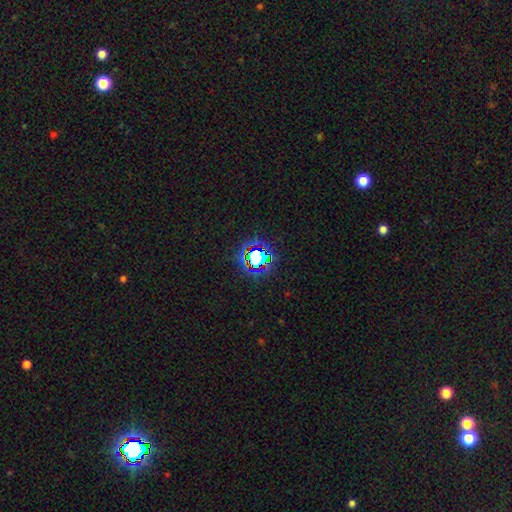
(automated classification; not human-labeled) smooth_or_featured: star or artifact (p=0.66) [alt: smooth p=0.21]